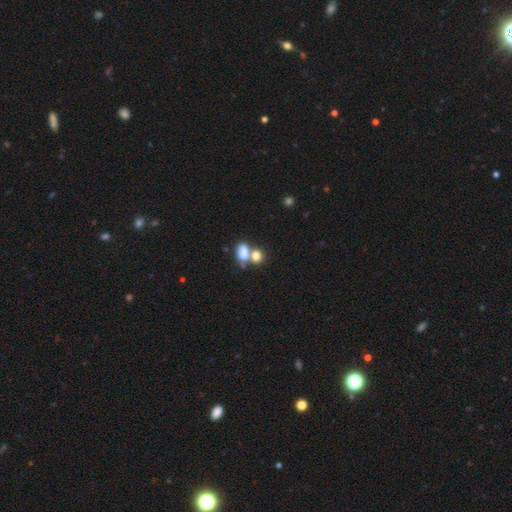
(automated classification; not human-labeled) The model was most divided on "how rounded": in between: 62%, round: 37%, cigar-shaped: 2%. More confident: smooth or featured — smooth (78%); merging — merger (58%).